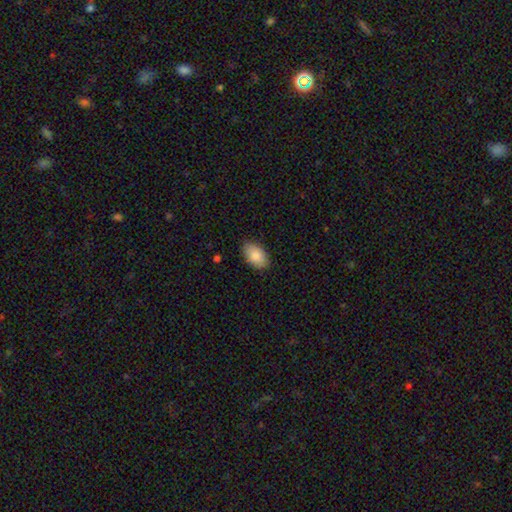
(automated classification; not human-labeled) smooth 86%, featured or disk 7%, star or artifact 6%. Down the decision tree: how rounded — in between (93%); merging — none (85%).